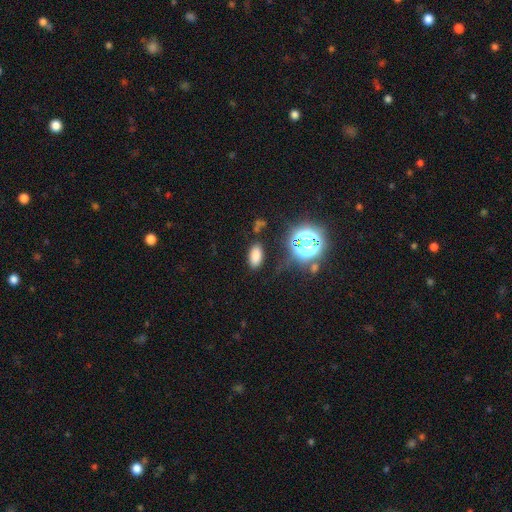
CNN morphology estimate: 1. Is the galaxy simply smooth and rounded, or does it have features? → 75% smooth, 18% star or artifact, 7% featured or disk.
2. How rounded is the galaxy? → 88% in between, 8% round, 4% cigar-shaped.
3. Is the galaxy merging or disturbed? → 82% none, 11% minor disturbance, 4% major disturbance, 3% merger.